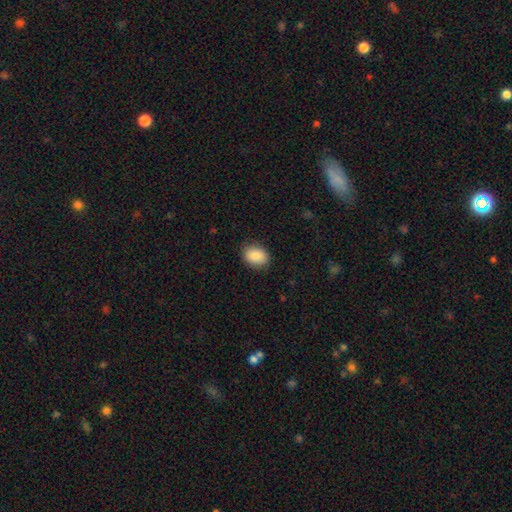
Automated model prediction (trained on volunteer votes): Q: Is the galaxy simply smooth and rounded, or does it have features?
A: smooth — 88%.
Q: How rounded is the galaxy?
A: in between — 65%.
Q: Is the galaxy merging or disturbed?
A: none — 86%.